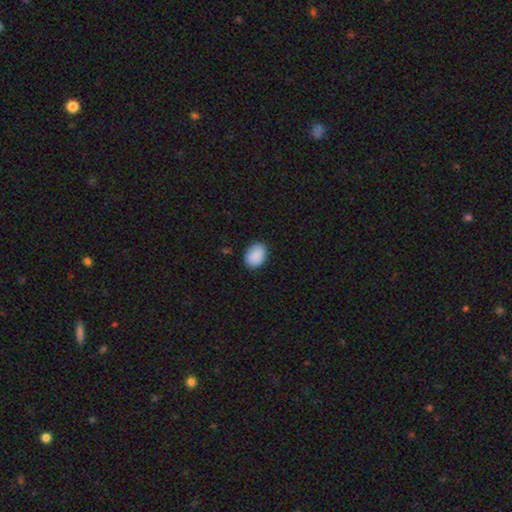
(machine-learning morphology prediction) Smooth or featured?
  - smooth: 90% *
  - star or artifact: 7%
  - featured or disk: 3%
How rounded?
  - in between: 74% *
  - round: 25%
  - cigar-shaped: 1%
Merging?
  - none: 86% *
  - minor disturbance: 11%
  - major disturbance: 2%
  - merger: 1%